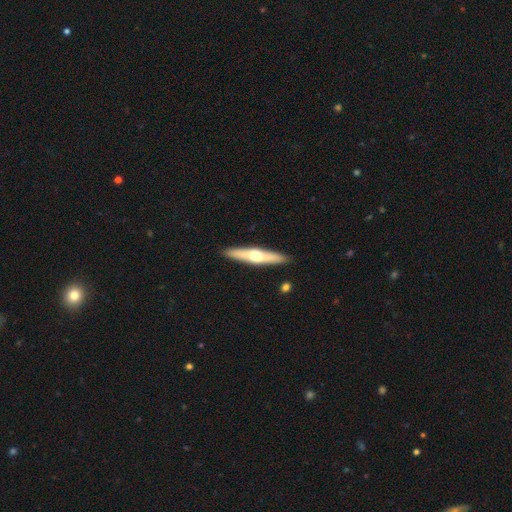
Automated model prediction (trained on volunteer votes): featured or disk 55%, smooth 40%, star or artifact 5%. Down the decision tree: edge-on disk — yes (91%); edge-on bulge — rounded (91%); merging — none (91%).